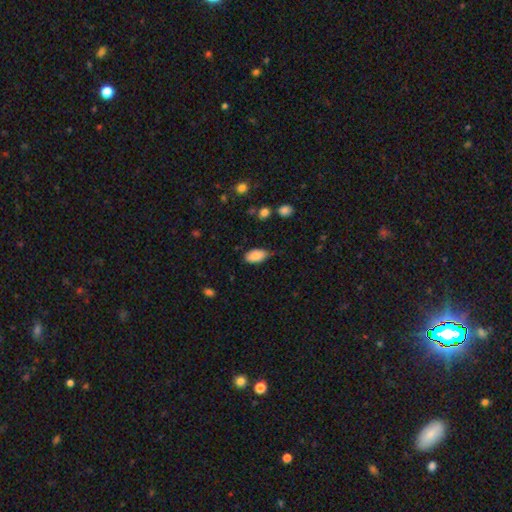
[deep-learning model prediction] Smooth or featured? smooth (85%)
How rounded? in between (94%)
Merging? none (63%)